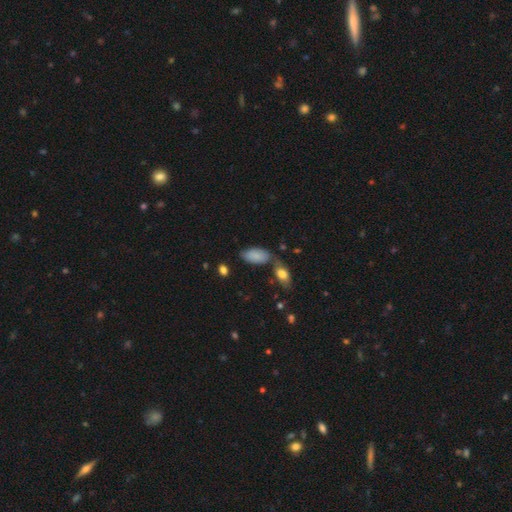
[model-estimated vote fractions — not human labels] This is clearly a smooth galaxy (83%). How rounded: clearly in between (93%). Merging: possibly none (59%).